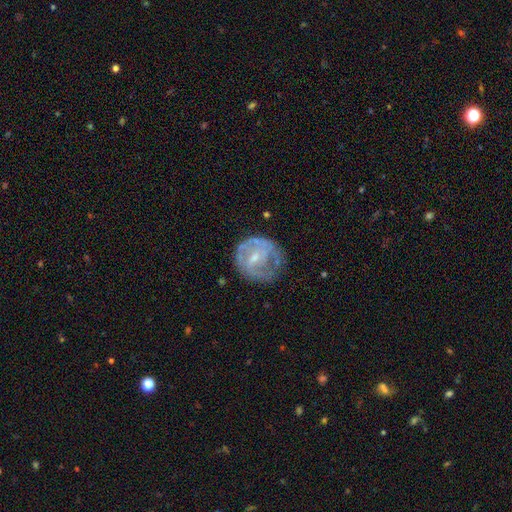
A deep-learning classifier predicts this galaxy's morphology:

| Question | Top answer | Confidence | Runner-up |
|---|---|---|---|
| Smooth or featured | featured or disk | 68% | smooth (25%) |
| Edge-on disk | no | 97% | yes (3%) |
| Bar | weak | 47% | no (41%) |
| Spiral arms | yes | 62% | no (38%) |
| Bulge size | small | 56% | moderate (33%) |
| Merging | none | 58% | minor disturbance (23%) |